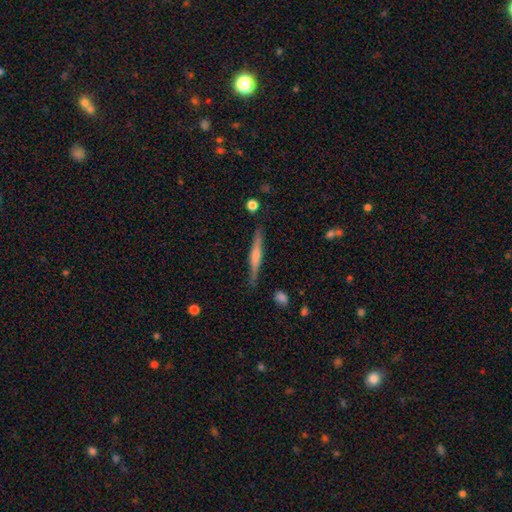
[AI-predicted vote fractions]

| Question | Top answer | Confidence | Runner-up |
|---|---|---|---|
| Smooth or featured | featured or disk | 63% | smooth (31%) |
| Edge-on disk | yes | 97% | no (3%) |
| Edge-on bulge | rounded | 63% | none (19%) |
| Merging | none | 87% | minor disturbance (9%) |